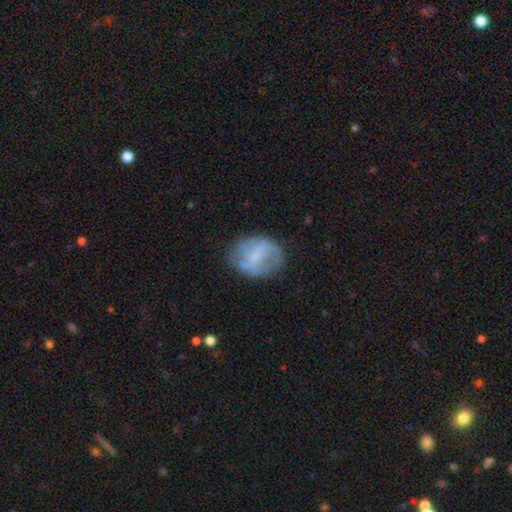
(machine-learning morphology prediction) Smooth or featured: featured or disk — 48% (smooth — 44%)
Merging: none — 60% (minor disturbance — 24%)